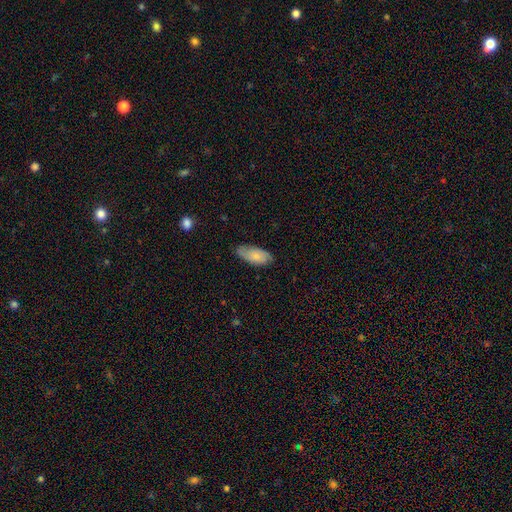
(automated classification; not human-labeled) This is likely a smooth galaxy (72%). How rounded: clearly in between (90%). Merging: likely none (69%).